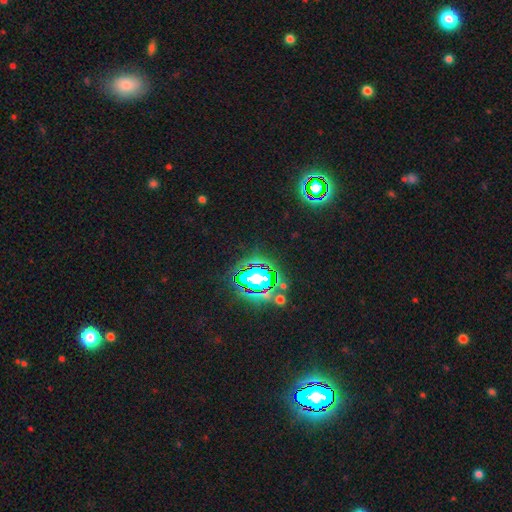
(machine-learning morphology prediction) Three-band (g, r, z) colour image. It shows a star or artifact, not a galaxy (82%).